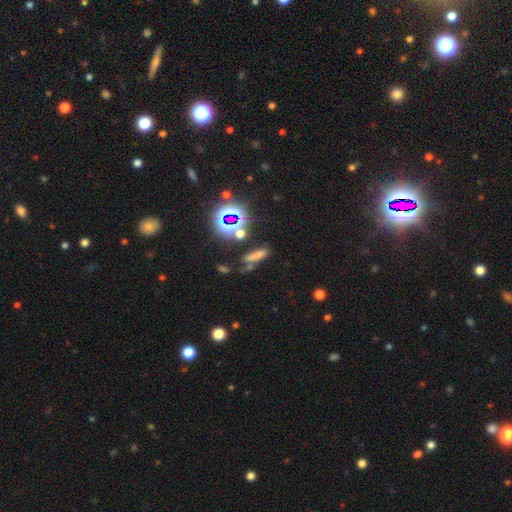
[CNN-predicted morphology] Smooth or featured: smooth — 60% (star or artifact — 28%)
How rounded: cigar-shaped — 66% (in between — 25%)
Merging: none — 65% (minor disturbance — 15%)